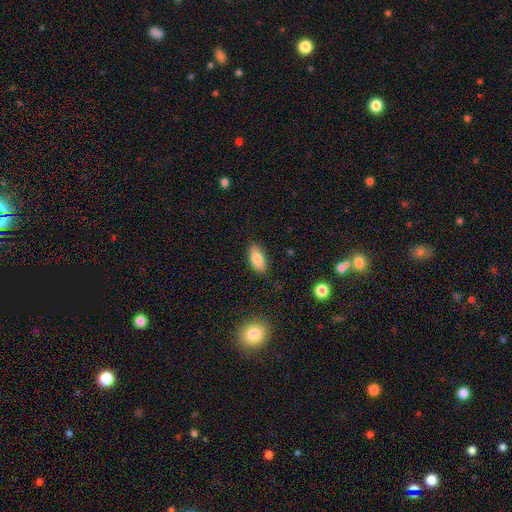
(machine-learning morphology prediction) smooth 83%, featured or disk 9%, star or artifact 8%. Down the decision tree: how rounded — in between (91%); merging — none (86%).